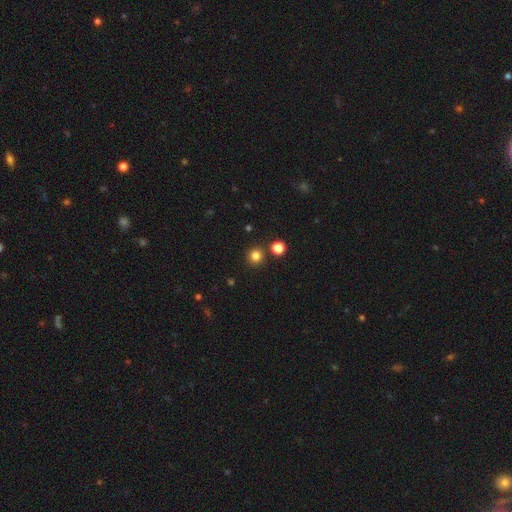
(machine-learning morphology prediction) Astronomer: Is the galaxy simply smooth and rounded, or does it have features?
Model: smooth — 81%.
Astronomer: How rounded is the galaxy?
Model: round — 94%.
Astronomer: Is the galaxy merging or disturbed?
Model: none — 87%.